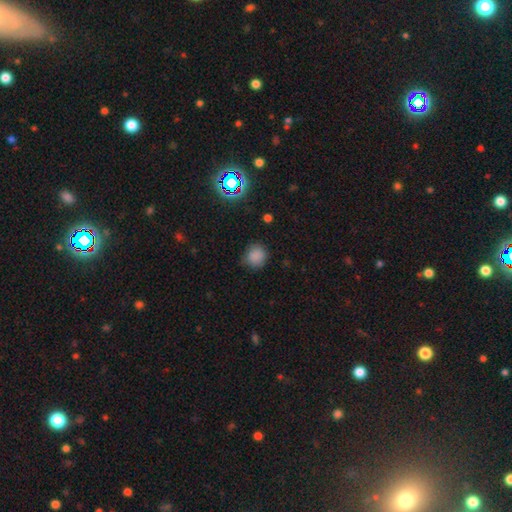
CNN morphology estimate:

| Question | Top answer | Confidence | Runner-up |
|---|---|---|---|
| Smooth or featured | smooth | 82% | star or artifact (14%) |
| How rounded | round | 83% | in between (16%) |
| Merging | none | 79% | minor disturbance (16%) |